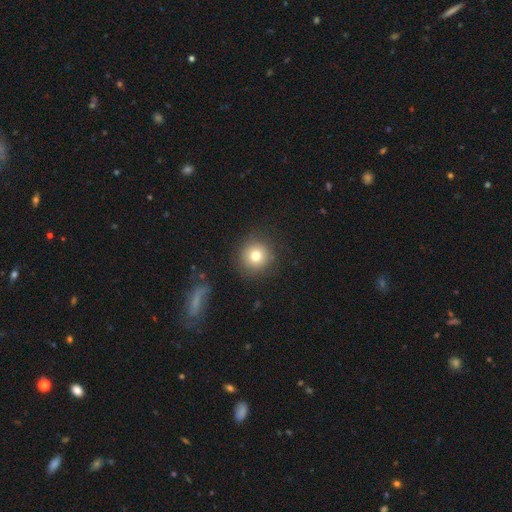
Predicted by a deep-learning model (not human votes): Smooth or featured: smooth — 76% (star or artifact — 12%)
How rounded: round — 94% (in between — 5%)
Merging: none — 88% (minor disturbance — 7%)